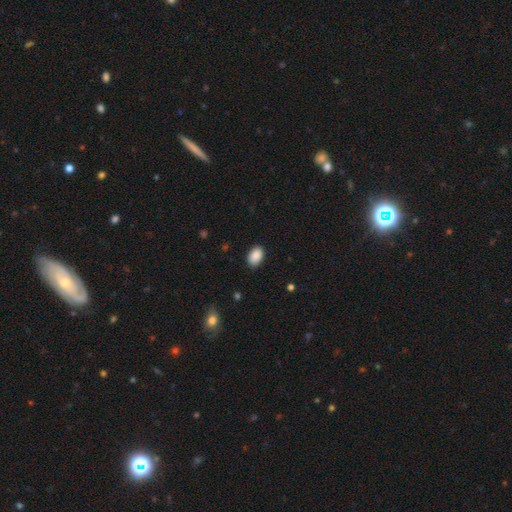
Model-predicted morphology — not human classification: This is clearly a smooth galaxy (90%). How rounded: clearly in between (87%). Merging: clearly none (87%).